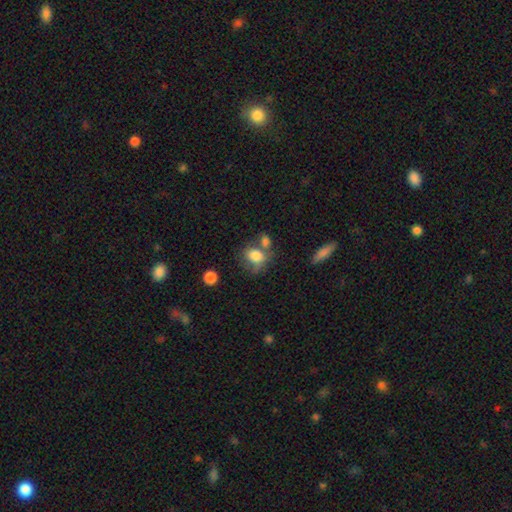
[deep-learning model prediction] Q: Smooth or featured?
A: smooth (77%); runner-up: featured or disk (13%)
Q: How rounded?
A: in between (55%); runner-up: round (43%)
Q: Merging?
A: none (37%); runner-up: merger (33%)